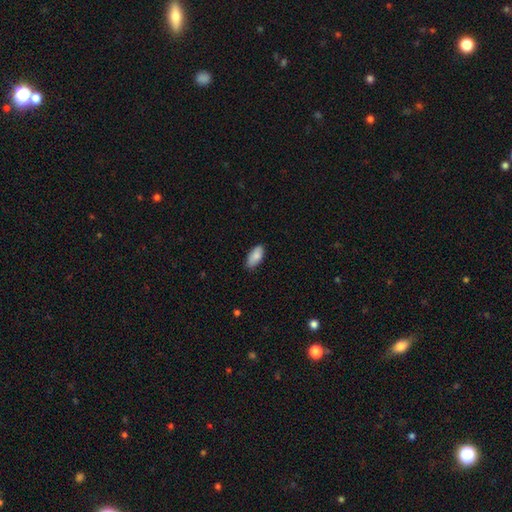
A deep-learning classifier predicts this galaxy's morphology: This appears to be a smooth galaxy with no disk features (86%) that is in between round and cigar-shaped (90%). Merging: none (81%).